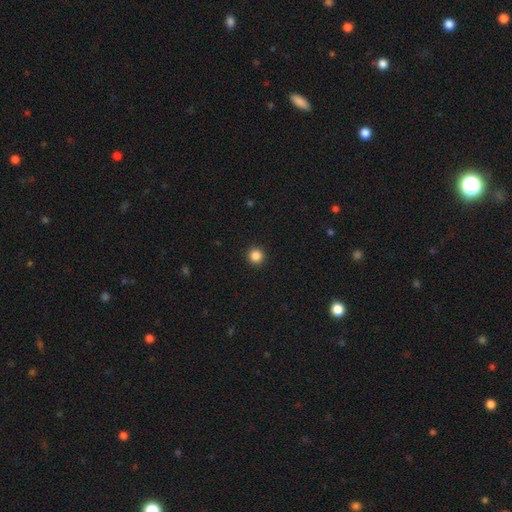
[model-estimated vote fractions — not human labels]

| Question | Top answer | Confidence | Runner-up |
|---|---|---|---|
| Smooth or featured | smooth | 86% | star or artifact (11%) |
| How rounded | round | 96% | in between (3%) |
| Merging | none | 93% | minor disturbance (4%) |